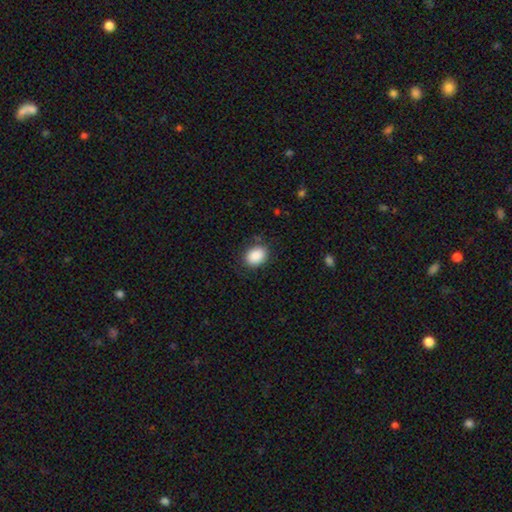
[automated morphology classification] Overall: smooth (89%). How rounded: in between (70%). Merging: none (83%).